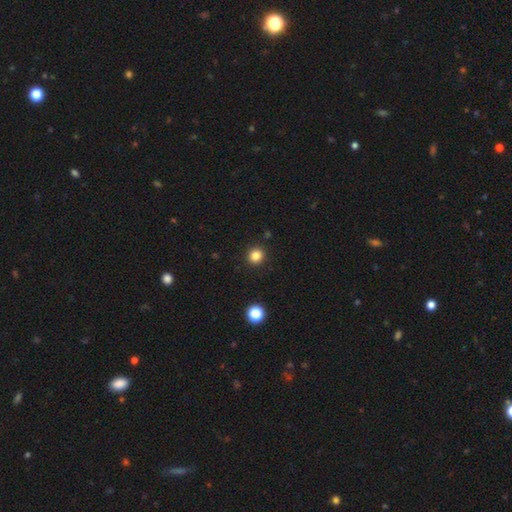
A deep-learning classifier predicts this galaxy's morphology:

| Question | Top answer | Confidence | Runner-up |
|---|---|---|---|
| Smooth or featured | smooth | 84% | star or artifact (12%) |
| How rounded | round | 90% | in between (9%) |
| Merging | none | 92% | minor disturbance (5%) |